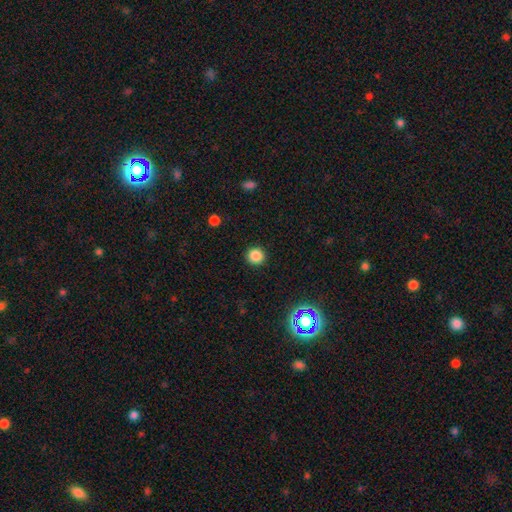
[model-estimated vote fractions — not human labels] This appears to be a smooth galaxy with no disk features (84%) that is round (93%). Merging: none (92%).